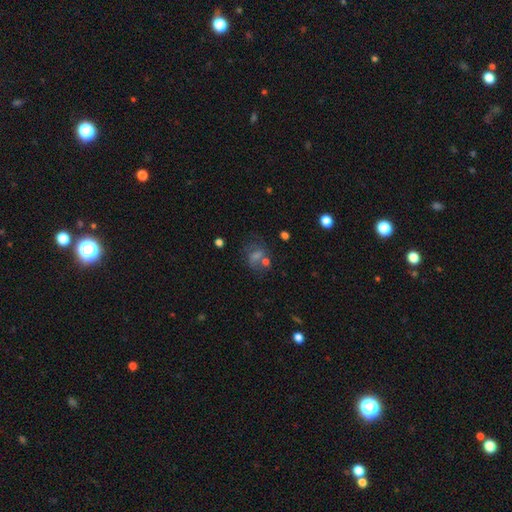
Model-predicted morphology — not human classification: smooth_or_featured: smooth (p=0.42) [alt: featured or disk p=0.30]
merging: none (p=0.52) [alt: minor disturbance p=0.18]